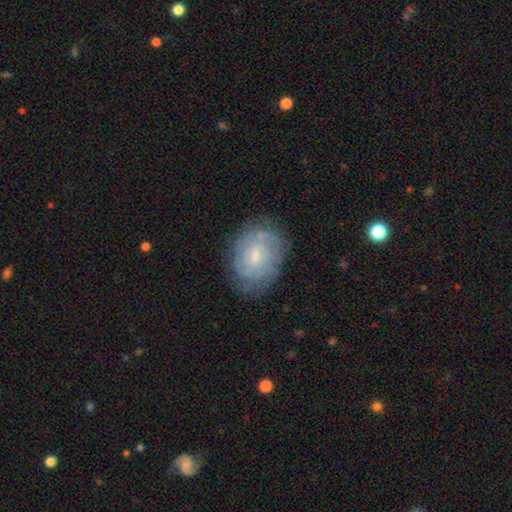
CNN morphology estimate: type=featured or disk (56%); edge-on=no (97%); bar=no (48%); spiral arms=yes (76%); bulge=small (51%); merging=none (72%).